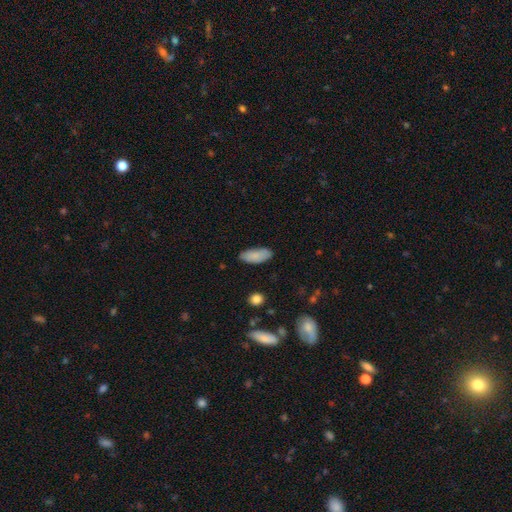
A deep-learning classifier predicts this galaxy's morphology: A smooth galaxy with no disk features (85%) that is in between round and cigar-shaped (86%). Merging: none (82%).